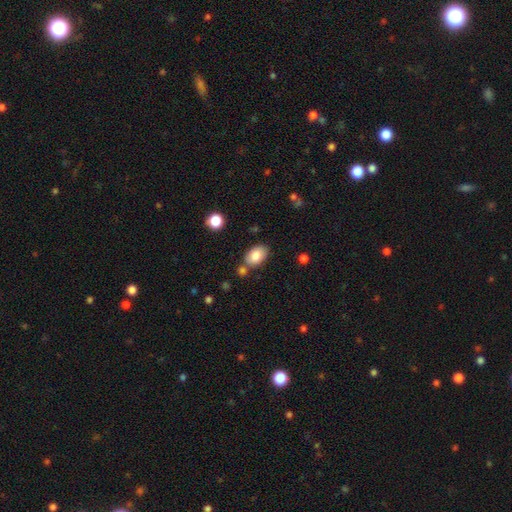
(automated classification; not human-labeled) The model was most divided on "merging": none: 71%, minor disturbance: 14%, merger: 12%, major disturbance: 3%. More confident: how rounded — in between (87%); smooth or featured — smooth (82%).